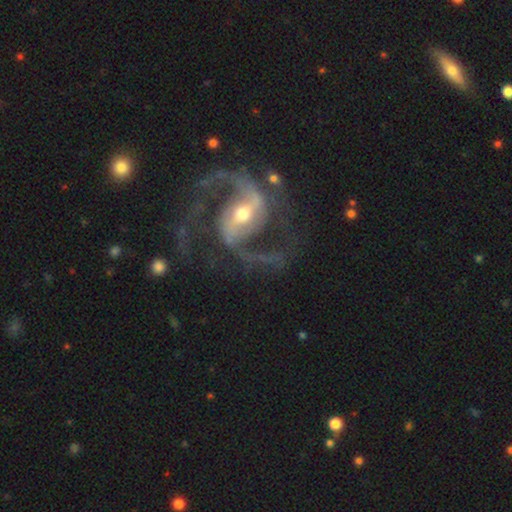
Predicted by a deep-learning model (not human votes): Smooth or featured?
  - featured or disk: 93% *
  - star or artifact: 5%
  - smooth: 2%
Edge-on disk?
  - no: 98% *
  - yes: 2%
Bar?
  - strong: 40% *
  - weak: 38%
  - no: 23%
Spiral arms?
  - yes: 98% *
  - no: 2%
Spiral winding?
  - medium: 63% *
  - loose: 23%
  - tight: 14%
Spiral arm count?
  - 2: 92% *
  - 3: 2%
  - can't tell: 2%
  - 1: 1%
  - 4: 1%
  - more than 4: 1%
Bulge size?
  - moderate: 47% *
  - small: 46%
  - large: 4%
  - none: 1%
  - dominant: 1%
Merging?
  - none: 74% *
  - minor disturbance: 14%
  - major disturbance: 10%
  - merger: 2%